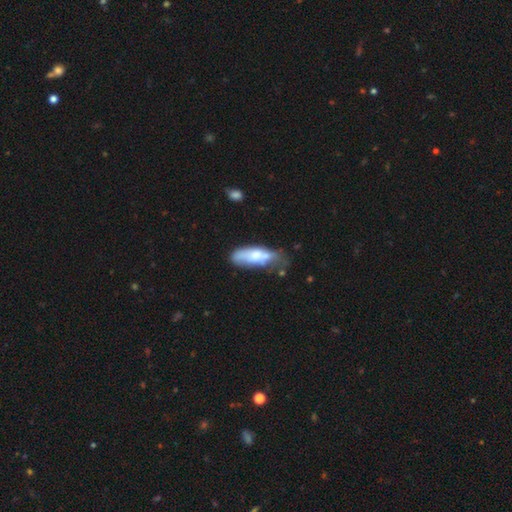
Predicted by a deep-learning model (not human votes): The model was most divided on "merging": none: 35%, minor disturbance: 33%, major disturbance: 20%, merger: 12%. More confident: how rounded — in between (63%); smooth or featured — smooth (62%).